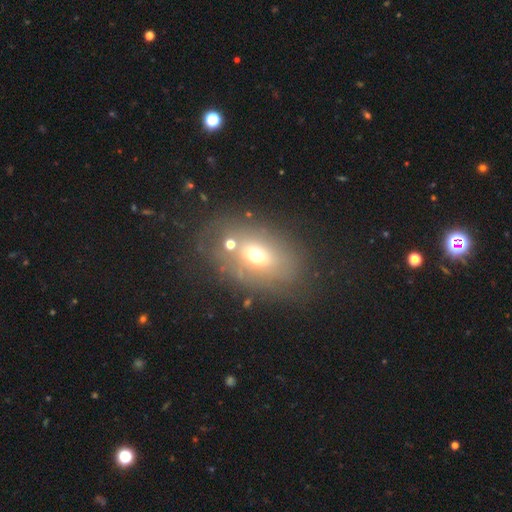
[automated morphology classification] A smooth galaxy with no disk features (57%) that is in between round and cigar-shaped (74%). Merging: none (61%).